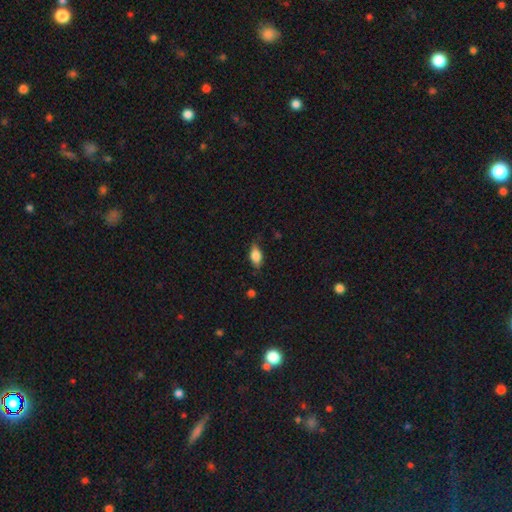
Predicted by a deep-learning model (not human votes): A smooth galaxy with no disk features (74%) that is in between round and cigar-shaped (84%).

Vote fractions:
- Smooth or featured? smooth: 74% / featured or disk: 18% / star or artifact: 8%
- How rounded? in between: 84% / cigar-shaped: 9% / round: 7%
- Merging? none: 71% / minor disturbance: 22% / major disturbance: 5% / merger: 1%